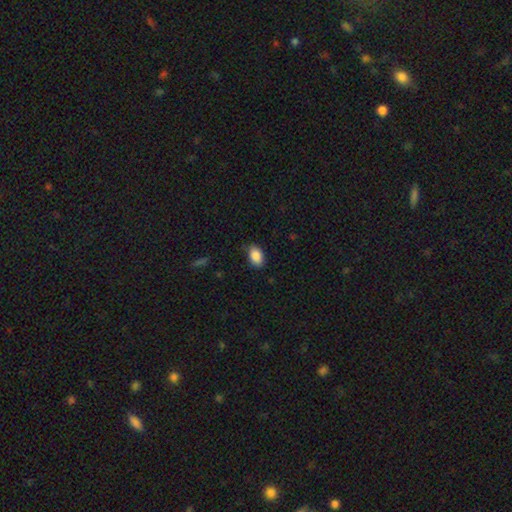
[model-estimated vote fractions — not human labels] A smooth galaxy with no disk features (88%) that is in between round and cigar-shaped (87%). Merging: none (77%).